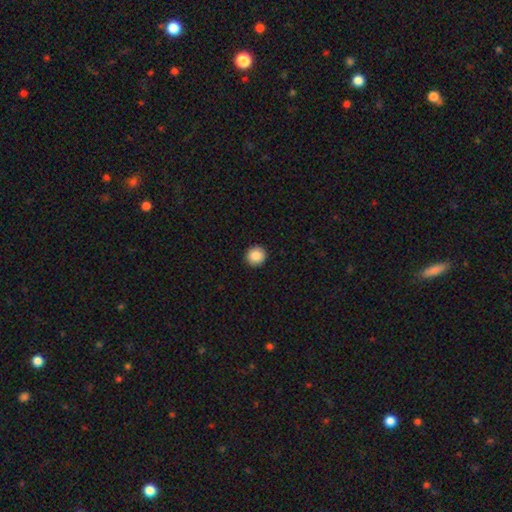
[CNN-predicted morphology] type=smooth (88%); roundness=round (94%); merging=none (93%).